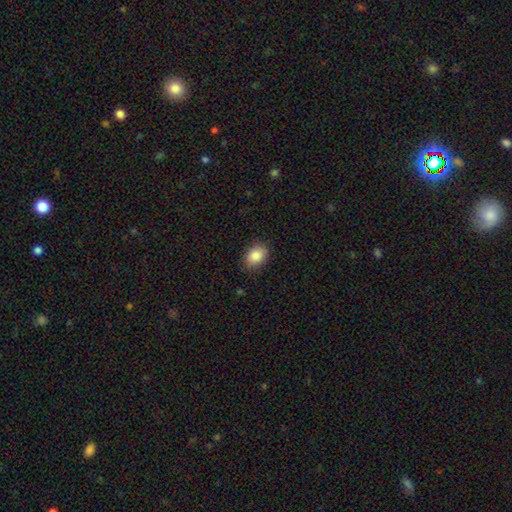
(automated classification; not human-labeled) Smooth or featured?
  - smooth: 86% *
  - star or artifact: 8%
  - featured or disk: 6%
How rounded?
  - in between: 73% *
  - round: 26%
  - cigar-shaped: 1%
Merging?
  - none: 84% *
  - minor disturbance: 12%
  - major disturbance: 3%
  - merger: 1%